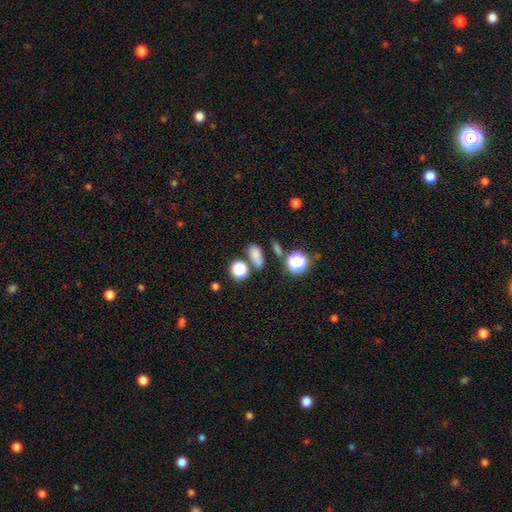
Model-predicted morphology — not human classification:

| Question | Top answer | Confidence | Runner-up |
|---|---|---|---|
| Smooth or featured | smooth | 75% | star or artifact (18%) |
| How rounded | in between | 73% | round (20%) |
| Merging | none | 69% | minor disturbance (14%) |